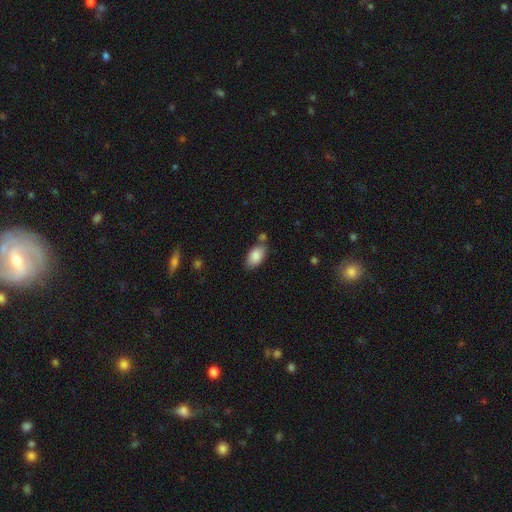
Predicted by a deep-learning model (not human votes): smooth-or-featured: smooth: 86% | featured or disk: 7% | star or artifact: 7%
  how-rounded: in between: 93% | round: 4% | cigar-shaped: 3%
  merging: none: 69% | minor disturbance: 16% | merger: 11% | major disturbance: 4%